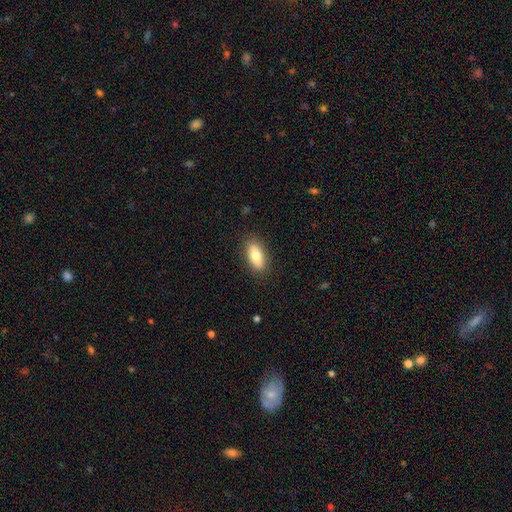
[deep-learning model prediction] Overall: smooth (74%). How rounded: in between (87%). Merging: none (86%).